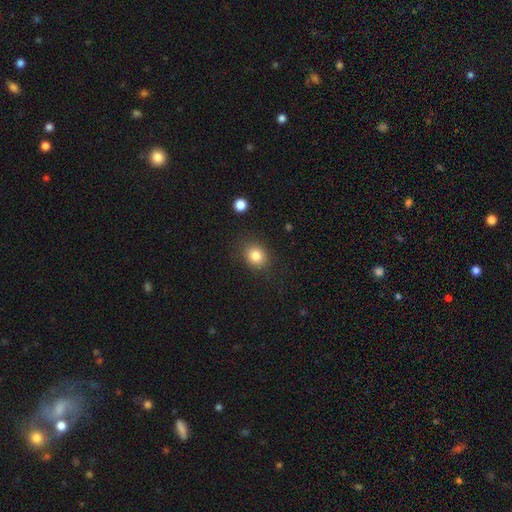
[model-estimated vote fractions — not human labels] A smooth galaxy with no disk features (83%) that is round (66%).

Vote fractions:
- Smooth or featured? smooth: 83% / star or artifact: 11% / featured or disk: 6%
- How rounded? round: 66% / in between: 33% / cigar-shaped: 1%
- Merging? none: 84% / minor disturbance: 11% / major disturbance: 4% / merger: 2%